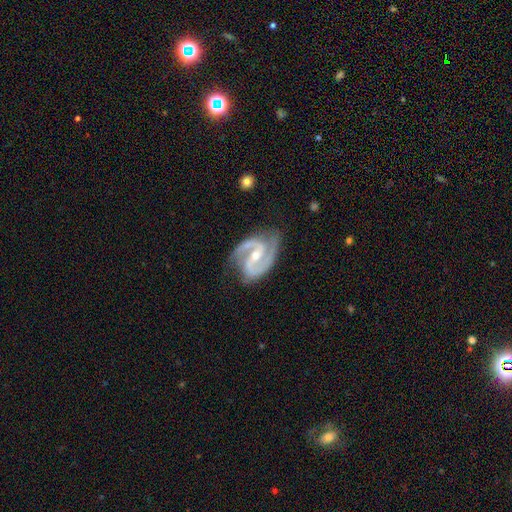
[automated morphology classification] smooth_or_featured: featured or disk (p=0.93) [alt: star or artifact p=0.04]
disk_edge_on: no (p=0.98) [alt: yes p=0.02]
bar: weak (p=0.40) [tied with: strong p=0.40]
has_spiral_arms: yes (p=0.98) [alt: no p=0.02]
spiral_winding: medium (p=0.61) [alt: tight p=0.27]
spiral_arm_count: 2 (p=0.93) [alt: 3 p=0.02]
bulge_size: moderate (p=0.49) [alt: small p=0.48]
merging: none (p=0.76) [alt: minor disturbance p=0.17]